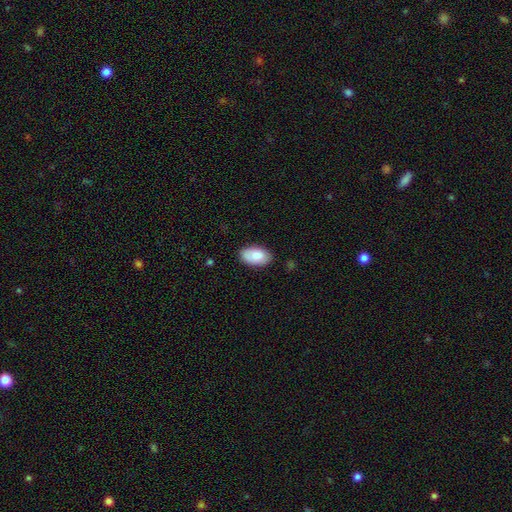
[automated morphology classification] Smooth or featured? Predicted: smooth (p=0.83). How rounded? Predicted: in between (p=0.95). Merging? Predicted: none (p=0.81).